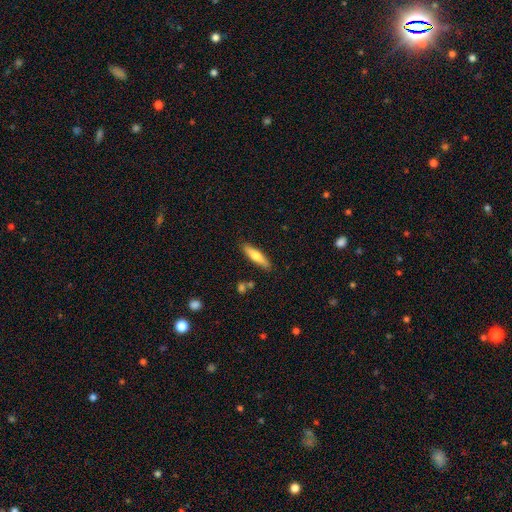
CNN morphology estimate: Smooth or featured: smooth — 65% (featured or disk — 29%)
How rounded: cigar-shaped — 73% (in between — 26%)
Merging: none — 85% (minor disturbance — 10%)